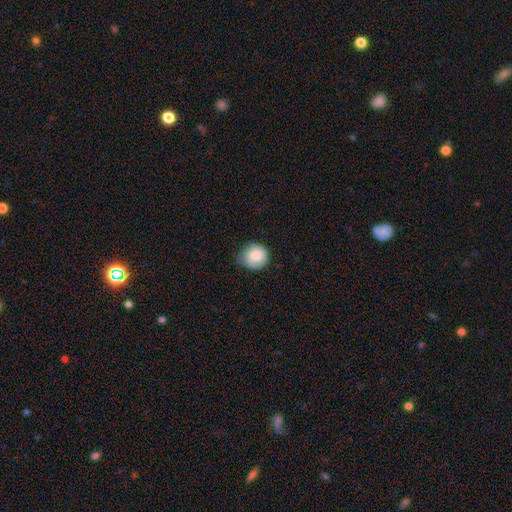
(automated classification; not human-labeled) Smooth or featured: smooth — 83% (featured or disk — 9%)
How rounded: round — 89% (in between — 10%)
Merging: none — 65% (minor disturbance — 29%)